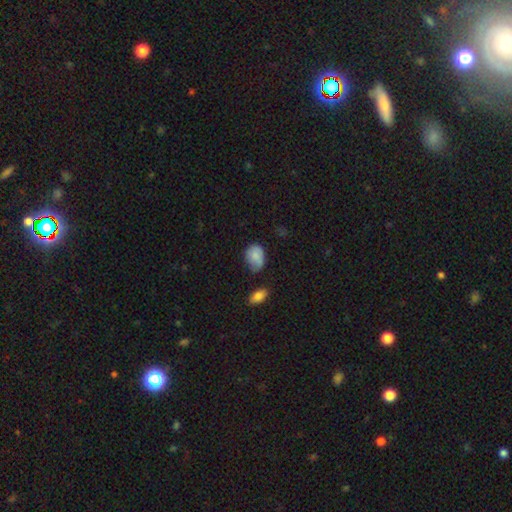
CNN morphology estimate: Q: Smooth or featured?
A: smooth (80%); runner-up: featured or disk (12%)
Q: How rounded?
A: in between (73%); runner-up: round (26%)
Q: Merging?
A: none (47%); runner-up: minor disturbance (38%)